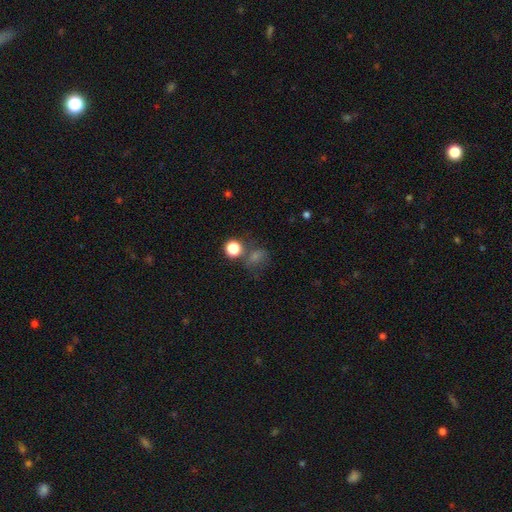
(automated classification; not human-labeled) A smooth galaxy with no disk features (47%). Merging: none (60%).